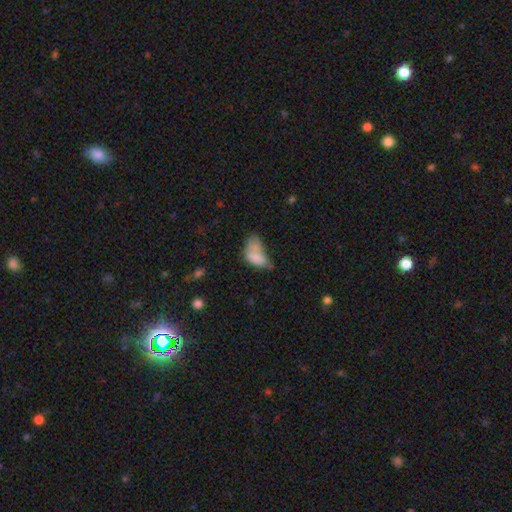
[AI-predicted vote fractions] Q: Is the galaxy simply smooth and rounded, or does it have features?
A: smooth — 72%.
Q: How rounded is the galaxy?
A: in between — 91%.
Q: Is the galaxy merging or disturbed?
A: major disturbance — 32%.